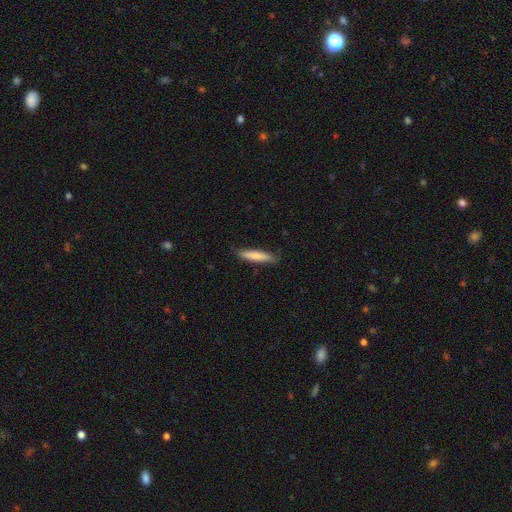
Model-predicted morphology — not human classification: smooth_or_featured: smooth (p=0.78) [alt: featured or disk p=0.17]
how_rounded: cigar-shaped (p=0.85) [alt: in between p=0.14]
merging: none (p=0.83) [alt: minor disturbance p=0.14]